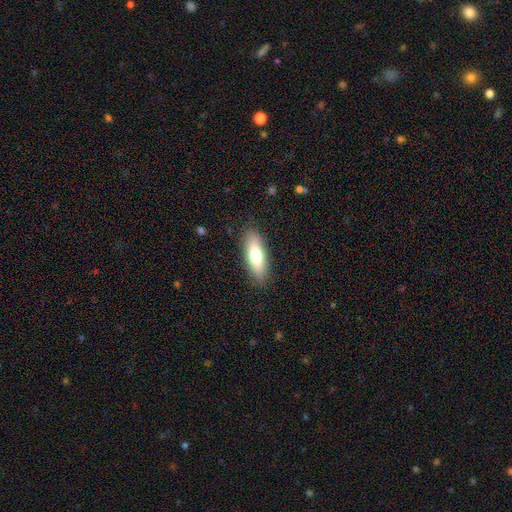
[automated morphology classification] The model was most divided on "how rounded": in between: 58%, cigar-shaped: 40%, round: 2%. More confident: merging — none (86%); smooth or featured — smooth (72%).